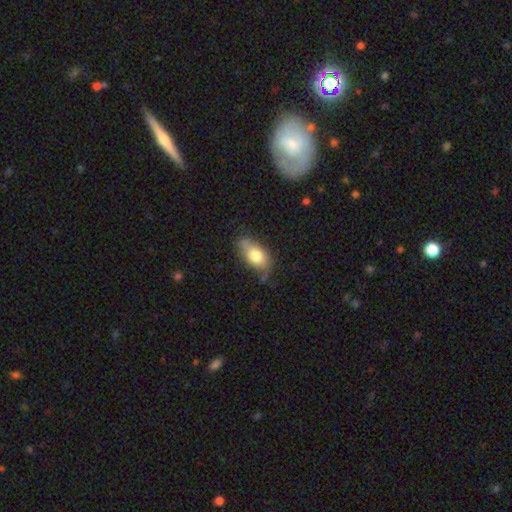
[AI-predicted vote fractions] smooth 73%, featured or disk 20%, star or artifact 7%. Down the decision tree: how rounded — in between (89%); merging — none (61%).